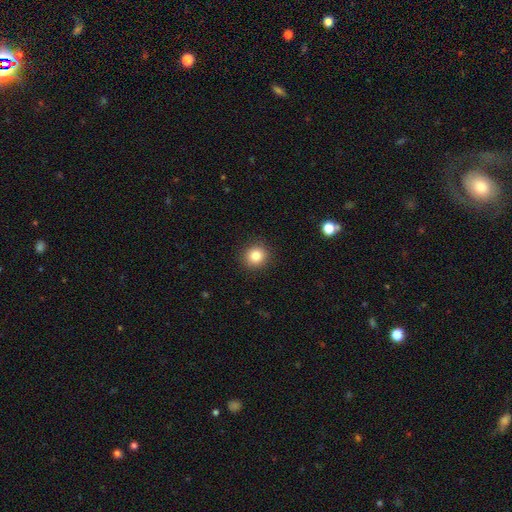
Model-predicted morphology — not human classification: This appears to be a smooth galaxy with no disk features (84%) that is round (87%). Merging: none (90%).